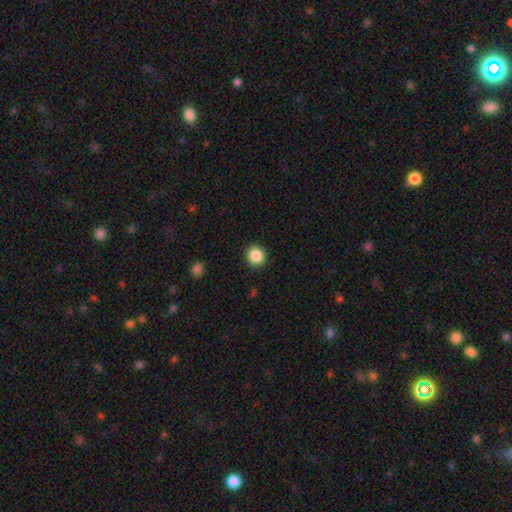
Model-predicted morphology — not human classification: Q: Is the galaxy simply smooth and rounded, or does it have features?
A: smooth — 87%.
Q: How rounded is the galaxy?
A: round — 83%.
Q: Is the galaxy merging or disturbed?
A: none — 90%.